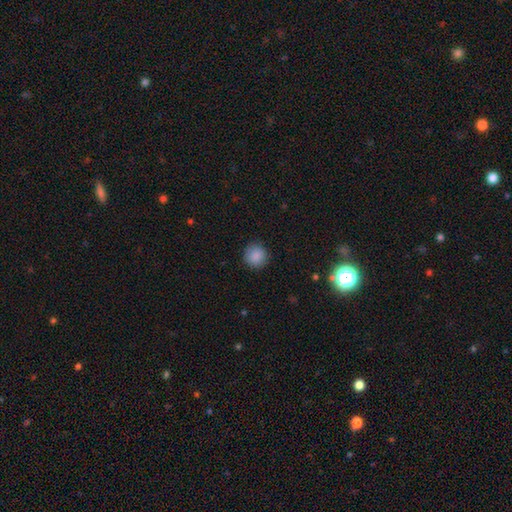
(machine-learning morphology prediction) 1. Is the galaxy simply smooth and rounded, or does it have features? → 87% smooth, 9% star or artifact, 4% featured or disk.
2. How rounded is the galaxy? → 93% round, 6% in between, 1% cigar-shaped.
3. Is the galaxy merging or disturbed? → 90% none, 7% minor disturbance, 2% major disturbance, 1% merger.